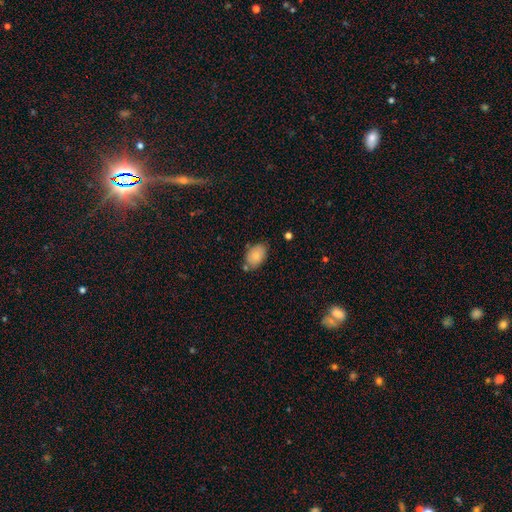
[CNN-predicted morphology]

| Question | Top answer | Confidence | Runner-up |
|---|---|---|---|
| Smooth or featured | smooth | 78% | featured or disk (14%) |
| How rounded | in between | 87% | round (12%) |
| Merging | none | 70% | minor disturbance (19%) |